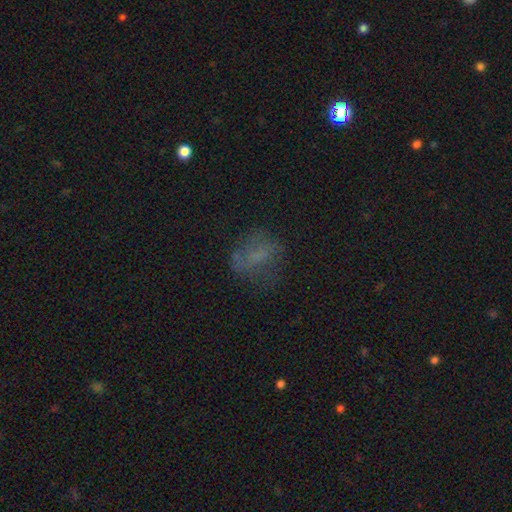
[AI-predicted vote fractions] Smooth or featured?
  - smooth: 48% *
  - featured or disk: 33%
  - star or artifact: 19%
Merging?
  - none: 58% *
  - minor disturbance: 21%
  - major disturbance: 19%
  - merger: 3%